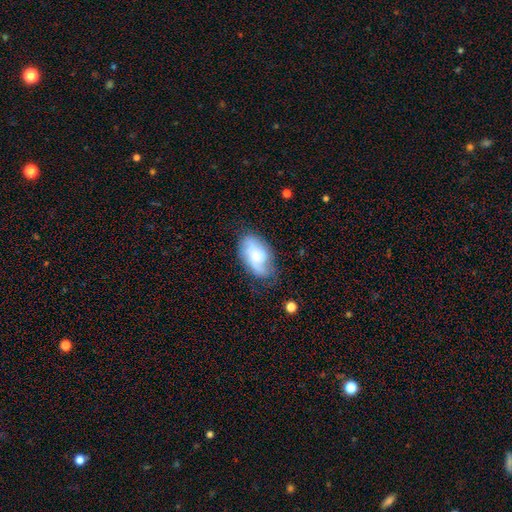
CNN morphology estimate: Q: Smooth or featured?
A: featured or disk (49%); runner-up: smooth (43%)
Q: Merging?
A: none (59%); runner-up: minor disturbance (27%)